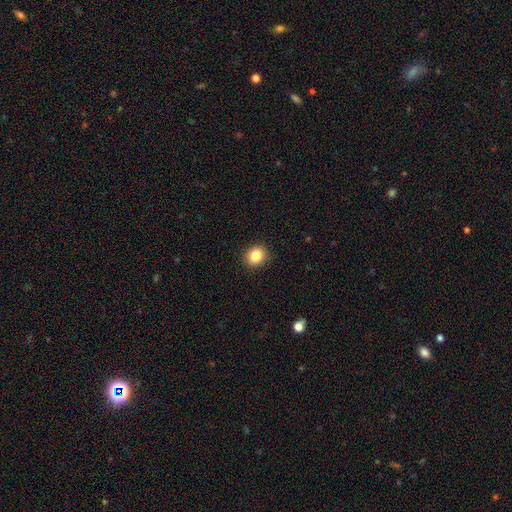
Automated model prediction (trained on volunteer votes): Smooth or featured? smooth (85%)
How rounded? round (76%)
Merging? none (91%)